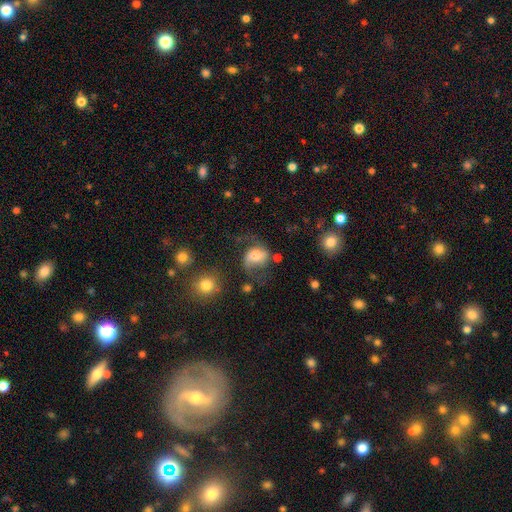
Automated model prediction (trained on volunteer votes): Q: Smooth or featured?
A: featured or disk (58%); runner-up: smooth (33%)
Q: Edge-on disk?
A: no (97%); runner-up: yes (3%)
Q: Bar?
A: no (52%); runner-up: weak (36%)
Q: Spiral arms?
A: yes (88%); runner-up: no (12%)
Q: Bulge size?
A: moderate (57%); runner-up: small (20%)
Q: Merging?
A: none (48%); runner-up: major disturbance (24%)